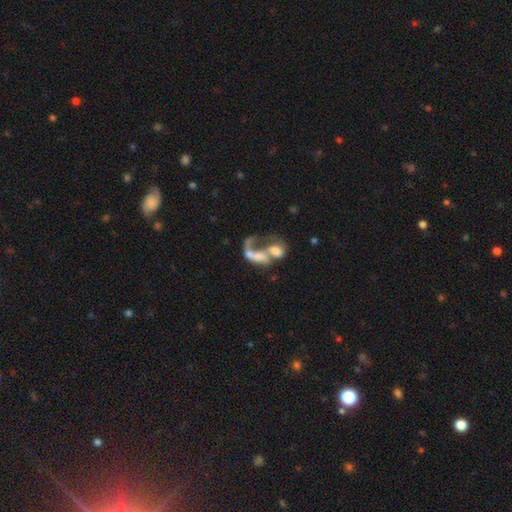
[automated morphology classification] This is possibly a featured or disk galaxy (55%). It is clearly not viewed edge-on (96%). Bar: likely no (76%). Spiral arm pattern: likely no (64%). Central bulge: marginally none (44%). Merging: likely merger (62%).